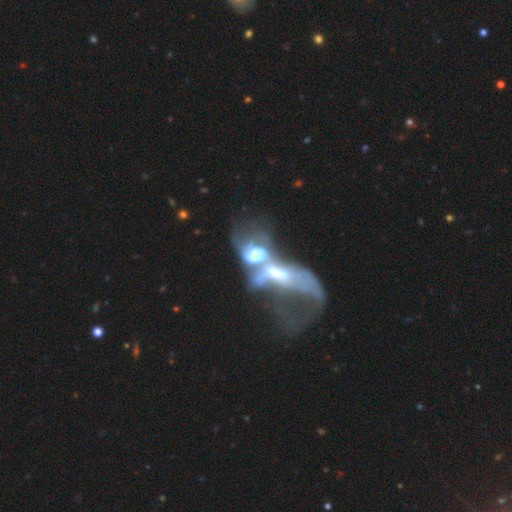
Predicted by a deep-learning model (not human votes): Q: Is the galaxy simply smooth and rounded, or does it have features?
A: featured or disk — 64%.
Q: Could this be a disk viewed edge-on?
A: no — 93%.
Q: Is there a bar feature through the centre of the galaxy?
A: no — 71%.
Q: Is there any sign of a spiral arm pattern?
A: no — 65%.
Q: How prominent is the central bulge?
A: moderate — 39%.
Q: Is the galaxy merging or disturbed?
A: merger — 72%.